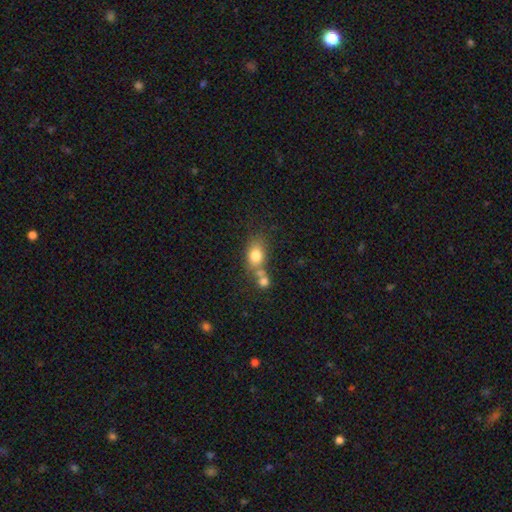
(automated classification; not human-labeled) A smooth galaxy with no disk features (78%) that is in between round and cigar-shaped (64%).

Vote fractions:
- Smooth or featured? smooth: 78% / featured or disk: 12% / star or artifact: 10%
- How rounded? in between: 64% / round: 34% / cigar-shaped: 2%
- Merging? none: 44% / merger: 36% / minor disturbance: 14% / major disturbance: 6%